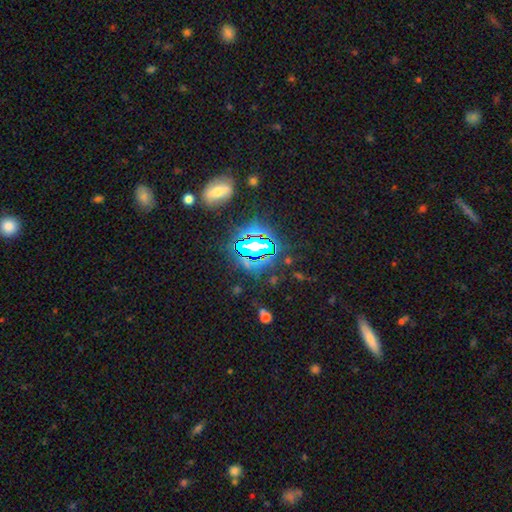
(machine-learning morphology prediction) Overall: star or artifact (75%).